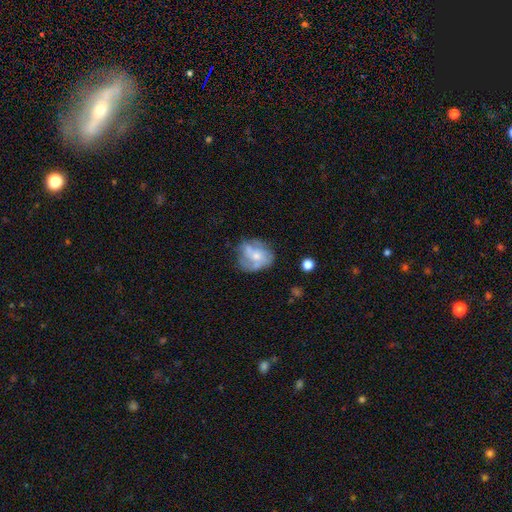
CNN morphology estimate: smooth-or-featured: featured or disk: 51% | smooth: 41% | star or artifact: 8%
  disk-edge-on: no: 97% | yes: 3%
  merging: none: 46% | minor disturbance: 26% | major disturbance: 18% | merger: 10%